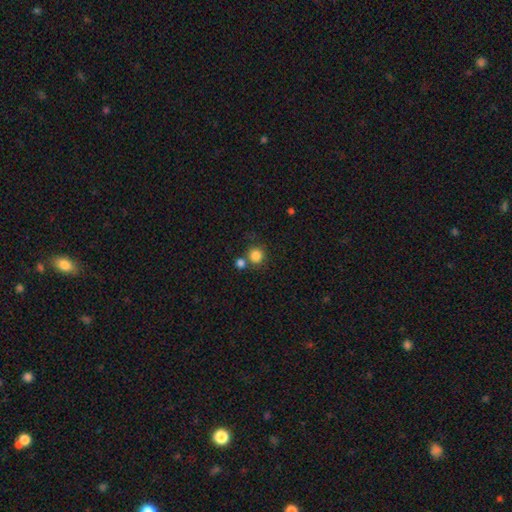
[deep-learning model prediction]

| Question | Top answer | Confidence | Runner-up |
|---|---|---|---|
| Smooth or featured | smooth | 84% | star or artifact (11%) |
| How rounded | round | 91% | in between (8%) |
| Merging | none | 67% | merger (21%) |